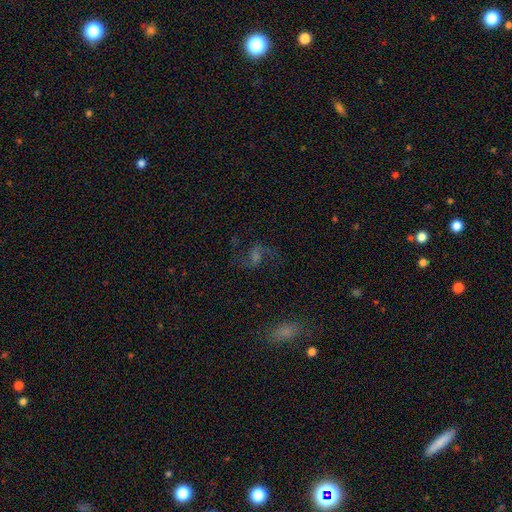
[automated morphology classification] Smooth or featured?
  - featured or disk: 69% *
  - star or artifact: 18%
  - smooth: 13%
Edge-on disk?
  - no: 97% *
  - yes: 3%
Bar?
  - weak: 49% *
  - no: 33%
  - strong: 18%
Spiral arms?
  - yes: 93% *
  - no: 7%
Spiral winding?
  - loose: 59% *
  - medium: 35%
  - tight: 7%
Spiral arm count?
  - 2: 90% *
  - can't tell: 3%
  - 1: 3%
  - 3: 1%
  - 4: 1%
  - more than 4: 1%
Bulge size?
  - small: 38% *
  - moderate: 35%
  - none: 18%
  - large: 7%
  - dominant: 2%
Merging?
  - none: 72% *
  - minor disturbance: 13%
  - major disturbance: 12%
  - merger: 3%